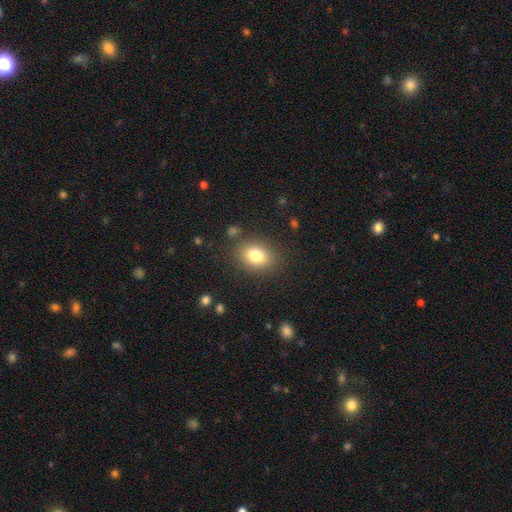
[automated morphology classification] smooth 81%, star or artifact 10%, featured or disk 9%. Down the decision tree: how rounded — in between (64%); merging — none (83%).